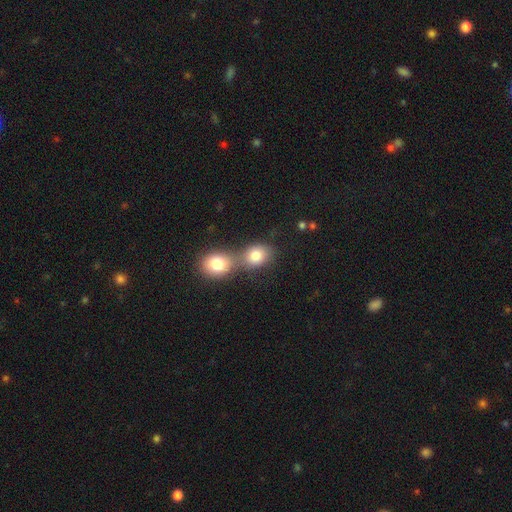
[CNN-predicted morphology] Q: Smooth or featured?
A: smooth (81%); runner-up: star or artifact (10%)
Q: How rounded?
A: round (55%); runner-up: in between (44%)
Q: Merging?
A: merger (64%); runner-up: none (27%)